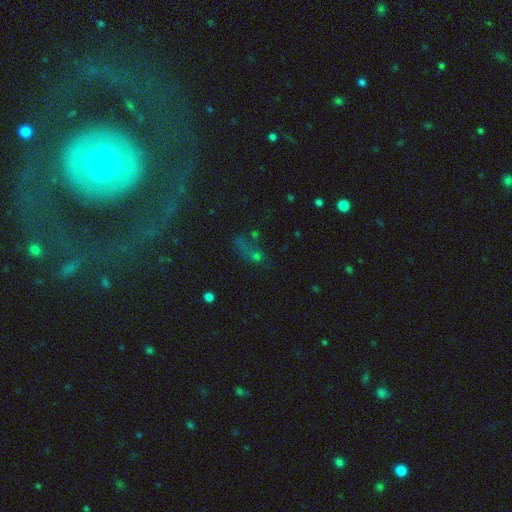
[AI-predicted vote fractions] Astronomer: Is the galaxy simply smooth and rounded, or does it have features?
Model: star or artifact — 46% (runner-up: smooth, 35%).